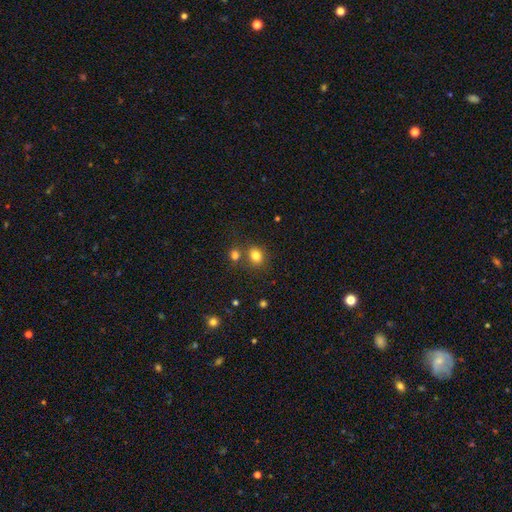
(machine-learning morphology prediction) A smooth galaxy with no disk features (81%) that is round (57%).

Vote fractions:
- Smooth or featured? smooth: 81% / star or artifact: 13% / featured or disk: 7%
- How rounded? round: 57% / in between: 42% / cigar-shaped: 1%
- Merging? none: 64% / merger: 22% / minor disturbance: 11% / major disturbance: 4%